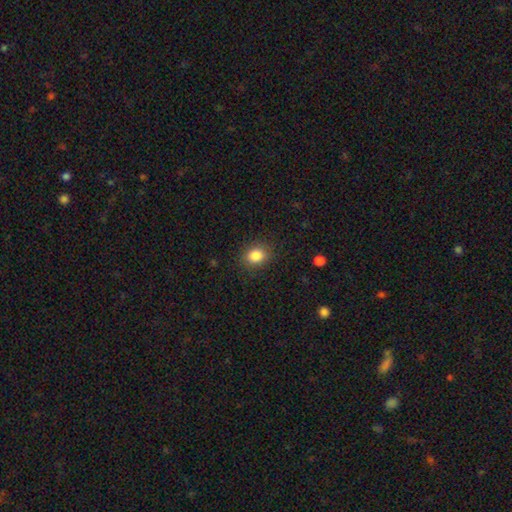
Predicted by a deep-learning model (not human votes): Q: Smooth or featured?
A: smooth (85%); runner-up: star or artifact (10%)
Q: How rounded?
A: round (54%); runner-up: in between (45%)
Q: Merging?
A: none (87%); runner-up: minor disturbance (9%)